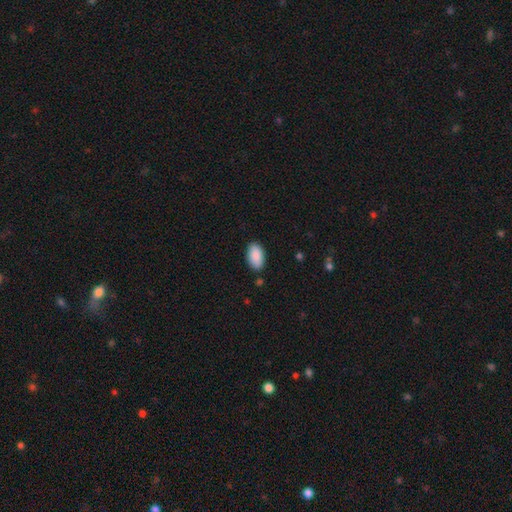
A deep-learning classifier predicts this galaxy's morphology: smooth_or_featured: smooth (p=0.90) [alt: star or artifact p=0.06]
how_rounded: in between (p=0.95) [alt: round p=0.03]
merging: none (p=0.86) [alt: minor disturbance p=0.10]